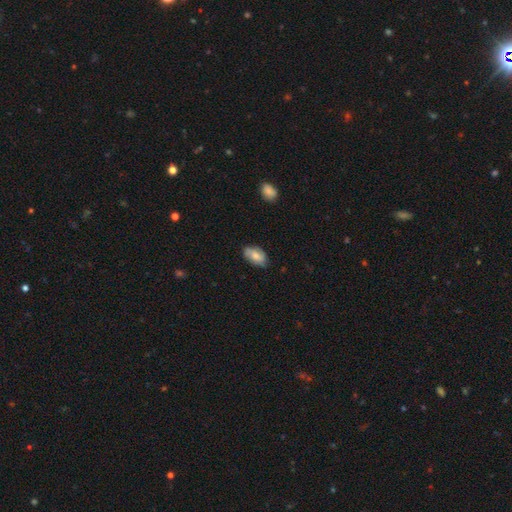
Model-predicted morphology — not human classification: The model was most divided on "smooth or featured": smooth: 69%, featured or disk: 24%, star or artifact: 7%. More confident: how rounded — in between (93%); merging — none (73%).